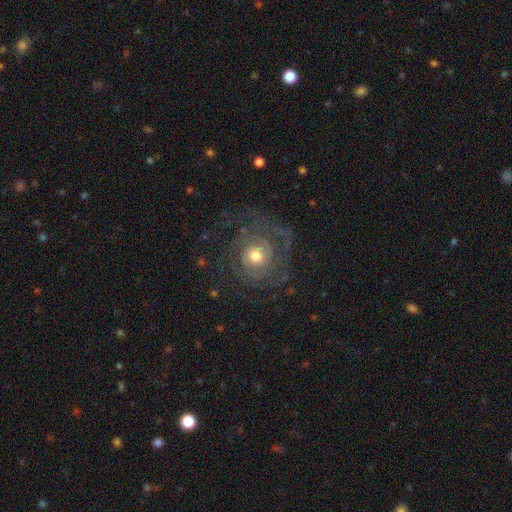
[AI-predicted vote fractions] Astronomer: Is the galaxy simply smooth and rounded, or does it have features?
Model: featured or disk — 78%.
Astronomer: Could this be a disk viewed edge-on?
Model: no — 97%.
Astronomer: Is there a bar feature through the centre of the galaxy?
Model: no — 81%.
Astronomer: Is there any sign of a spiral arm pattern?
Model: yes — 90%.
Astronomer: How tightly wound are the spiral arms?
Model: tight — 60%.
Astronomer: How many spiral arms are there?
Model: can't tell — 31% (runner-up: 2, 29%).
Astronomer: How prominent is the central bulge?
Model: moderate — 66%.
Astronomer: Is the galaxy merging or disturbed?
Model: none — 69%.